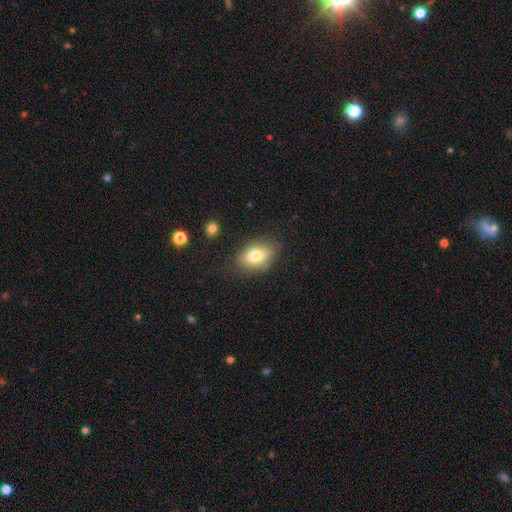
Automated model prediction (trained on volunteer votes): A smooth galaxy with no disk features (78%) that is in between round and cigar-shaped (82%).

Vote fractions:
- Smooth or featured? smooth: 78% / featured or disk: 13% / star or artifact: 9%
- How rounded? in between: 82% / round: 16% / cigar-shaped: 2%
- Merging? none: 79% / minor disturbance: 15% / major disturbance: 4% / merger: 2%